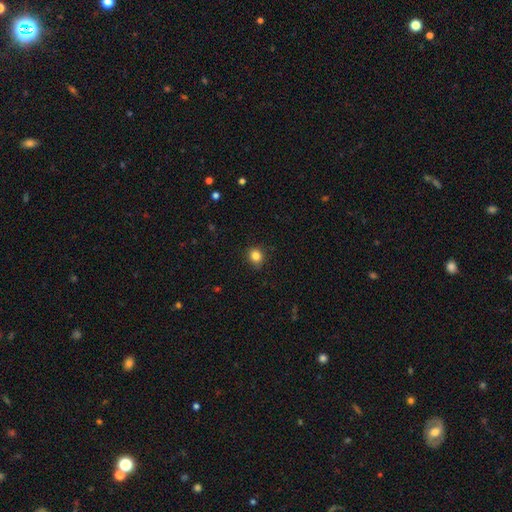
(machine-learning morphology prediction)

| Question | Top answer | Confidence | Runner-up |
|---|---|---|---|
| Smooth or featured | smooth | 84% | star or artifact (11%) |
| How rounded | round | 76% | in between (23%) |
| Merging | none | 87% | minor disturbance (10%) |